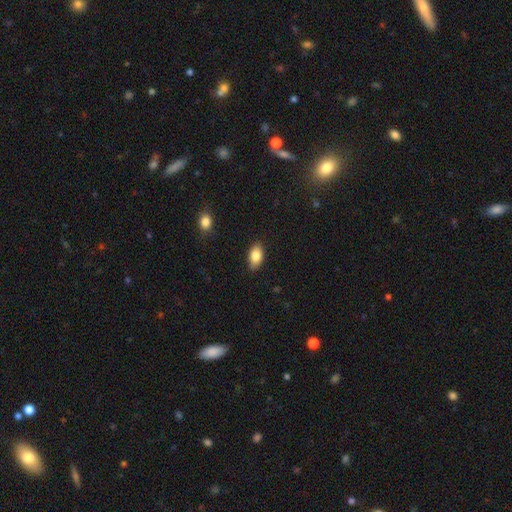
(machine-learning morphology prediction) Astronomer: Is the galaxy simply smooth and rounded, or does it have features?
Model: smooth — 83%.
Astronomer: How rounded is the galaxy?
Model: in between — 91%.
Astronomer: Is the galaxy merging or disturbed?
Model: none — 86%.